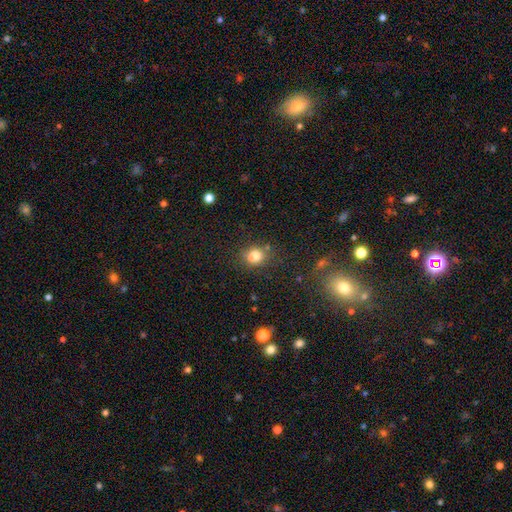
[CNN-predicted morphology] A smooth galaxy with no disk features (80%) that is round (66%).

Vote fractions:
- Smooth or featured? smooth: 80% / star or artifact: 13% / featured or disk: 7%
- How rounded? round: 66% / in between: 33% / cigar-shaped: 1%
- Merging? none: 72% / minor disturbance: 15% / merger: 8% / major disturbance: 5%